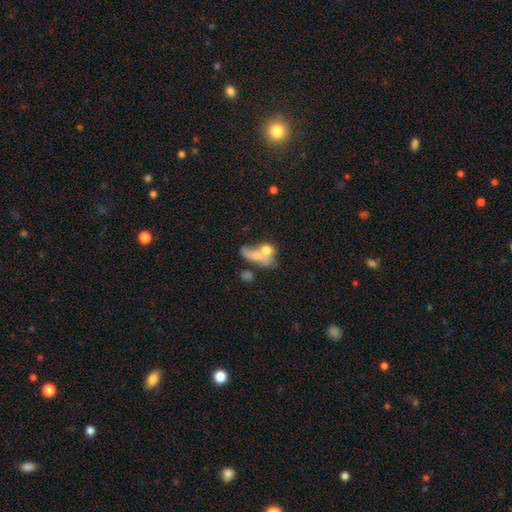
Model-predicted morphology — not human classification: This appears to be a smooth galaxy with no disk features (60%) that is in between round and cigar-shaped (70%). Merging: merger (61%).